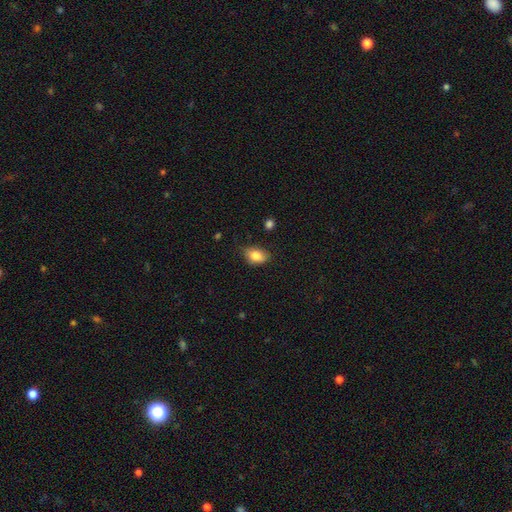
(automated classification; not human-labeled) smooth_or_featured: smooth (p=0.82) [alt: featured or disk p=0.10]
how_rounded: in between (p=0.75) [alt: round p=0.24]
merging: none (p=0.66) [alt: minor disturbance p=0.27]